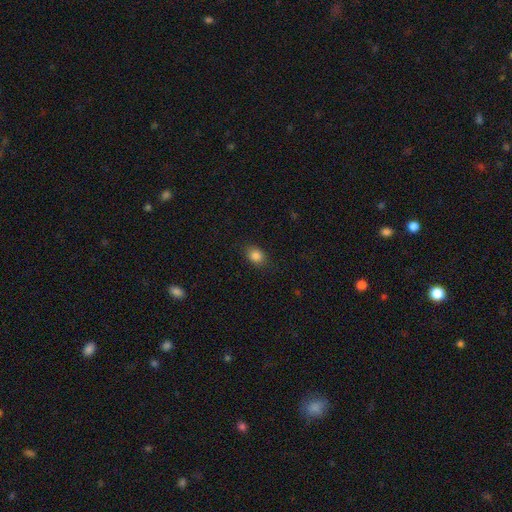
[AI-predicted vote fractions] The model was most divided on "how rounded": in between: 56%, round: 43%, cigar-shaped: 1%. More confident: merging — none (85%); smooth or featured — smooth (85%).